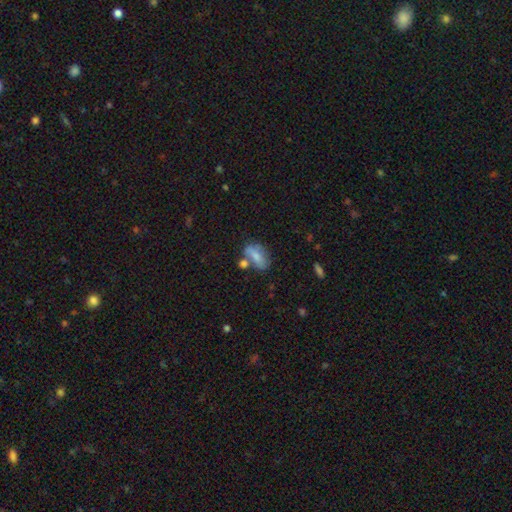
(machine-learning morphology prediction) A smooth galaxy with no disk features (68%) that is in between round and cigar-shaped (87%). Merging: none (42%).